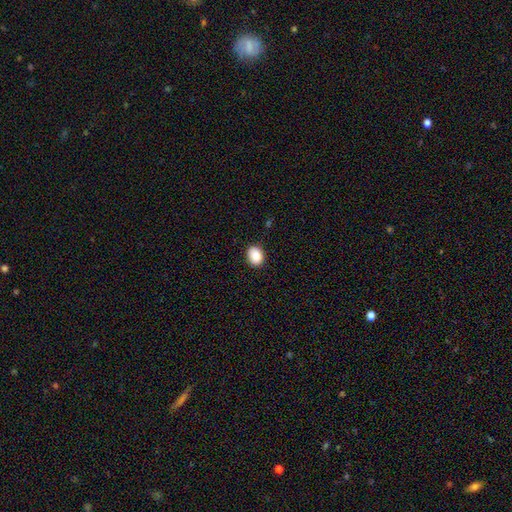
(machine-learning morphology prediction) This is clearly a smooth galaxy (88%). How rounded: likely in between (62%). Merging: clearly none (87%).